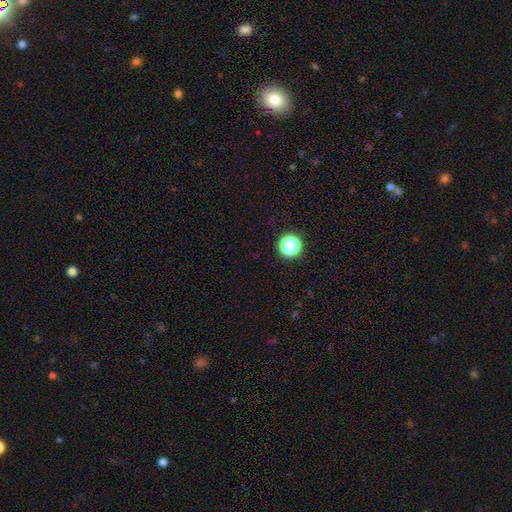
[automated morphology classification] star or artifact 52%, smooth 41%, featured or disk 7%.